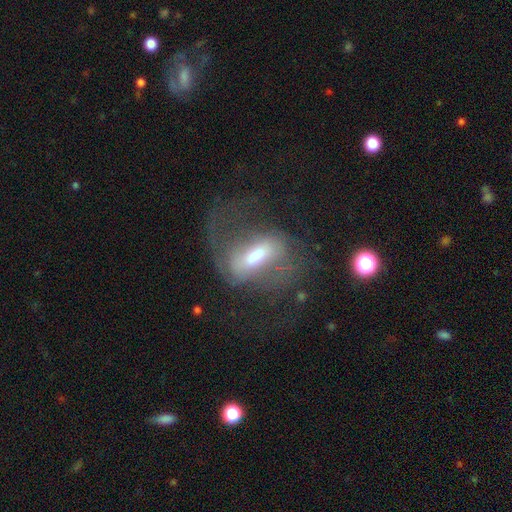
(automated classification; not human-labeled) Smooth or featured? Predicted: featured or disk (p=0.62). Edge-on disk? Predicted: no (p=0.89). Bar? Predicted: strong (p=0.41). Spiral arms? Predicted: yes (p=0.68). Bulge size? Predicted: moderate (p=0.53). Merging? Predicted: major disturbance (p=0.47).